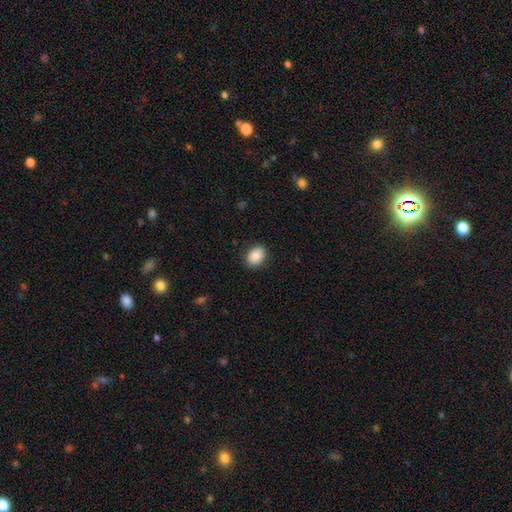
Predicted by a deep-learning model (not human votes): Morphology: type=smooth (86%); roundness=in between (62%); merging=none (86%).